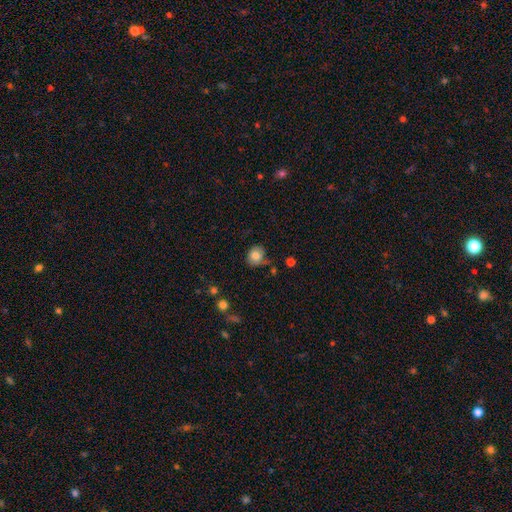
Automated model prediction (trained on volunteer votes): smooth-or-featured: smooth: 78% | featured or disk: 13% | star or artifact: 9%
  how-rounded: round: 67% | in between: 32% | cigar-shaped: 1%
  merging: none: 65% | minor disturbance: 25% | major disturbance: 6% | merger: 4%